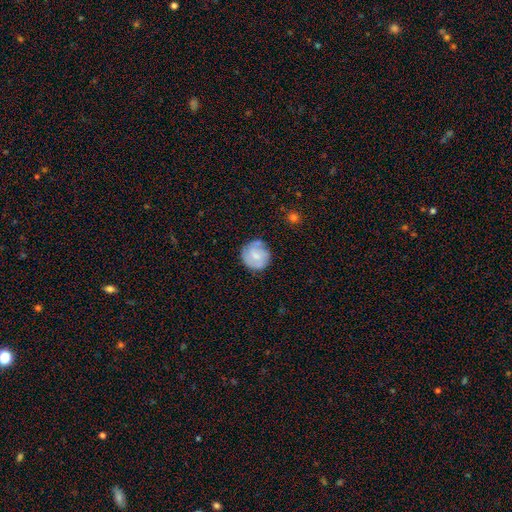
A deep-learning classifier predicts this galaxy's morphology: A smooth galaxy with no disk features (52%) that is round (91%).

Vote fractions:
- Smooth or featured? smooth: 52% / featured or disk: 41% / star or artifact: 7%
- How rounded? round: 91% / in between: 8% / cigar-shaped: 1%
- Merging? none: 71% / minor disturbance: 20% / major disturbance: 6% / merger: 3%